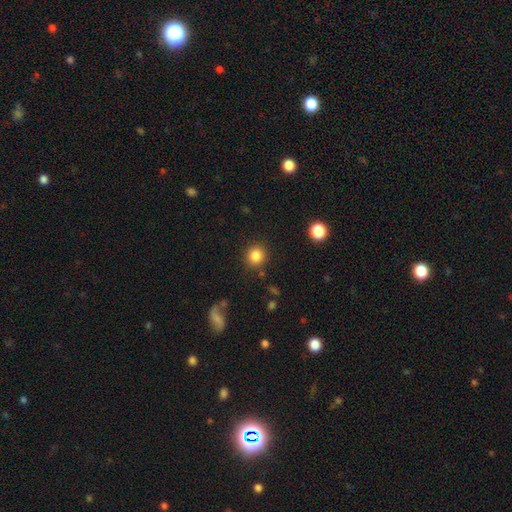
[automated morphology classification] This appears to be a smooth galaxy with no disk features (85%) that is round (90%). Merging: none (88%).